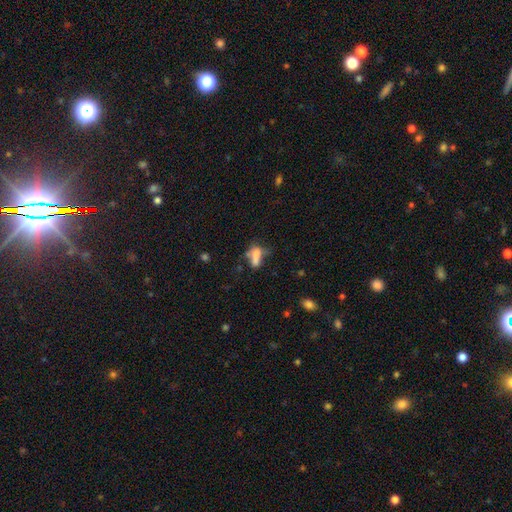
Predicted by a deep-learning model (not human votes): smooth_or_featured: smooth (p=0.63) [alt: featured or disk p=0.23]
how_rounded: in between (p=0.72) [alt: cigar-shaped p=0.19]
merging: merger (p=0.31) [alt: none p=0.28]